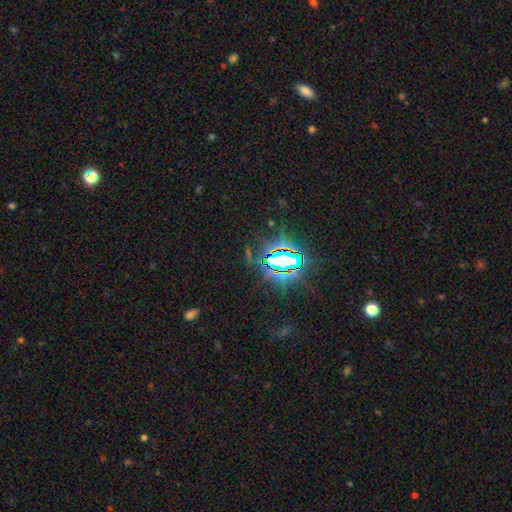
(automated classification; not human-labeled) Overall: star or artifact (84%).